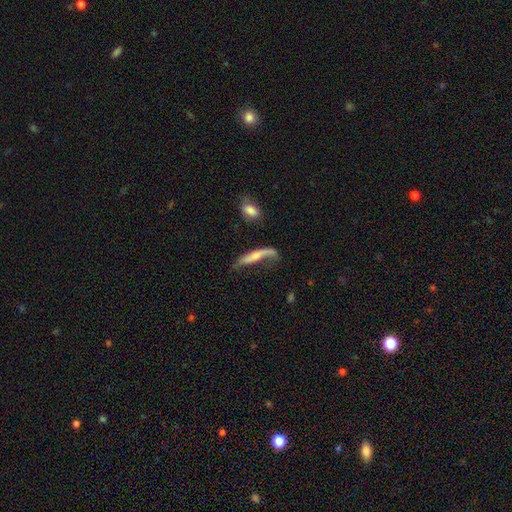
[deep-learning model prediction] Morphology: type=smooth (47%); merging=none (38%).